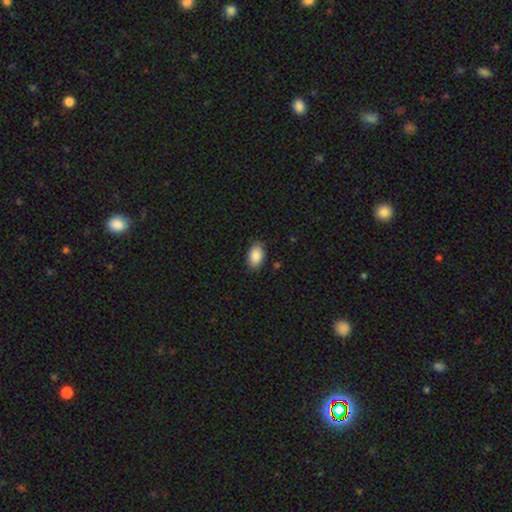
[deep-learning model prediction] smooth-or-featured: smooth: 89% | star or artifact: 7% | featured or disk: 4%
  how-rounded: in between: 92% | round: 6% | cigar-shaped: 2%
  merging: none: 87% | minor disturbance: 10% | major disturbance: 2% | merger: 1%